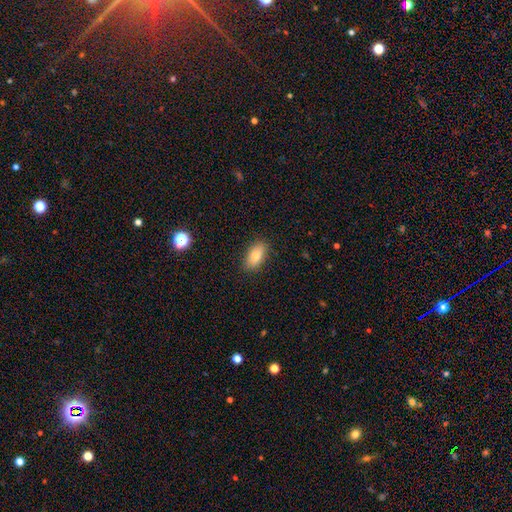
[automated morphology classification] This appears to be a smooth galaxy with no disk features (80%) that is in between round and cigar-shaped (86%). Merging: none (88%).